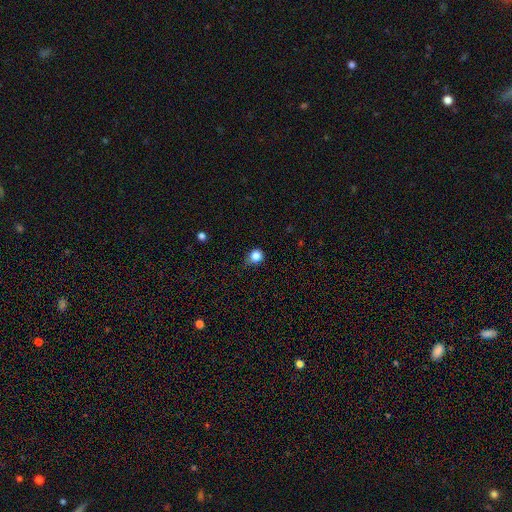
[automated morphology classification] A smooth galaxy with no disk features (84%) that is round (83%). Merging: none (65%).